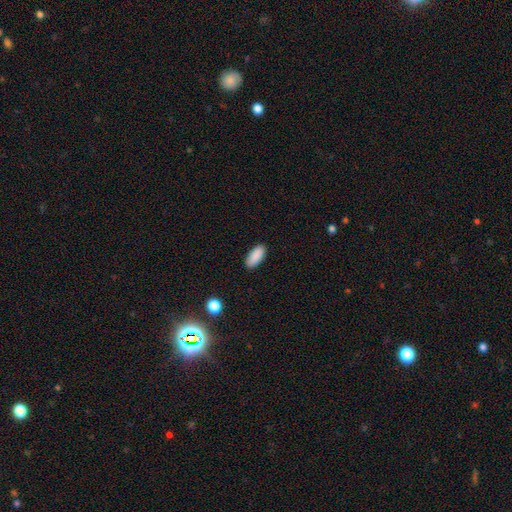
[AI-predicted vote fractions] Smooth or featured? smooth (90%)
How rounded? in between (88%)
Merging? none (89%)